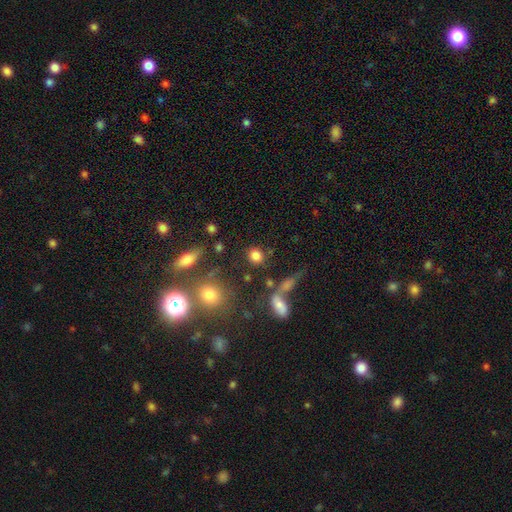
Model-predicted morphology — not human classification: Smooth or featured: smooth — 81% (star or artifact — 12%)
How rounded: round — 71% (in between — 26%)
Merging: none — 74% (merger — 11%)